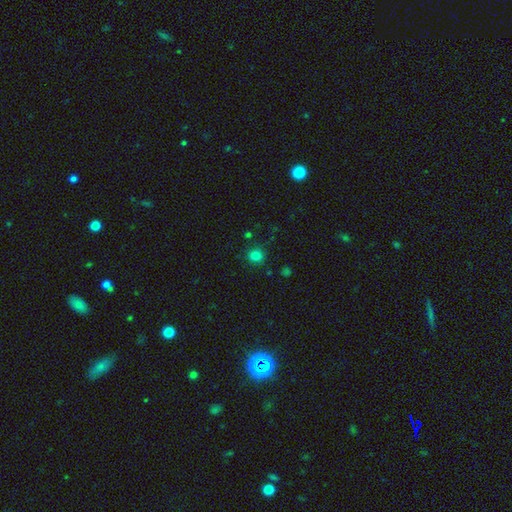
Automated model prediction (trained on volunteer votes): smooth_or_featured: smooth (p=0.80) [alt: star or artifact p=0.15]
how_rounded: round (p=0.89) [alt: in between p=0.10]
merging: none (p=0.87) [alt: minor disturbance p=0.08]